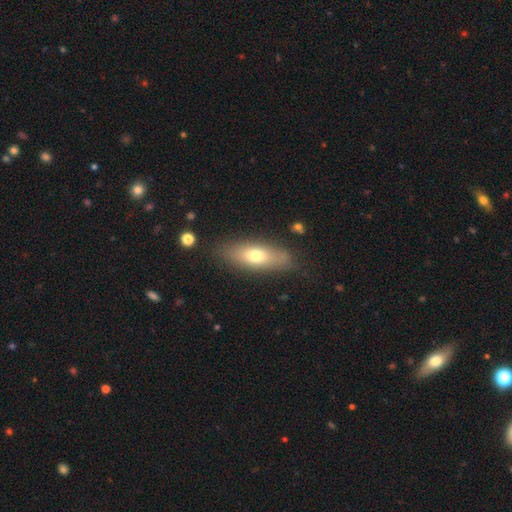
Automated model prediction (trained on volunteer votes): smooth-or-featured: smooth: 66% | featured or disk: 27% | star or artifact: 8%
  how-rounded: in between: 63% | cigar-shaped: 33% | round: 4%
  merging: none: 82% | minor disturbance: 13% | major disturbance: 4% | merger: 2%